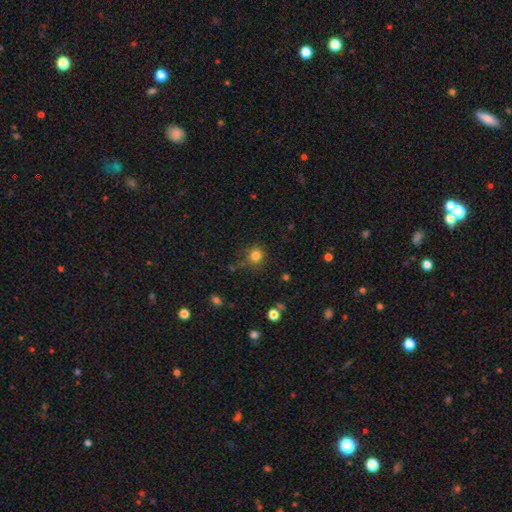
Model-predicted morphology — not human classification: A smooth galaxy with no disk features (81%) that is round (89%).

Vote fractions:
- Smooth or featured? smooth: 81% / star or artifact: 13% / featured or disk: 6%
- How rounded? round: 89% / in between: 10% / cigar-shaped: 1%
- Merging? none: 75% / minor disturbance: 16% / major disturbance: 5% / merger: 4%